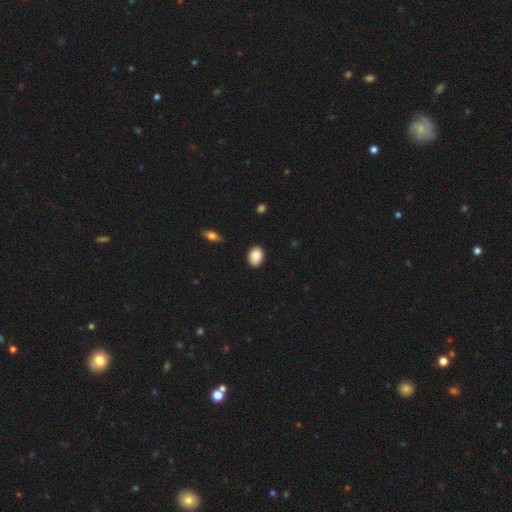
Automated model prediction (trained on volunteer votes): Smooth or featured: smooth — 88% (star or artifact — 7%)
How rounded: in between — 79% (round — 20%)
Merging: none — 85% (minor disturbance — 12%)